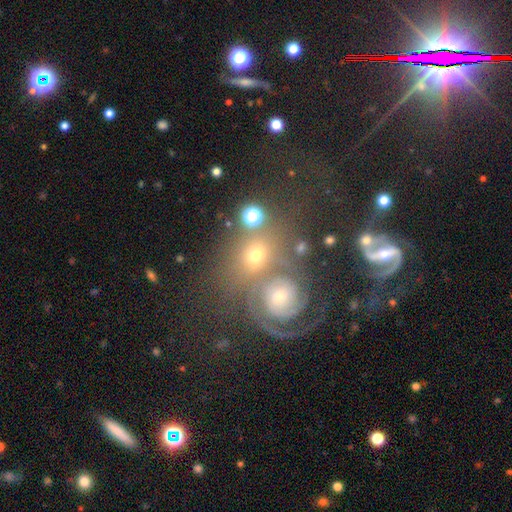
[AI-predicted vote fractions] The model was most divided on "merging": none: 42%, merger: 40%, minor disturbance: 10%, major disturbance: 8%. Remaining: smooth or featured — featured or disk (48%).